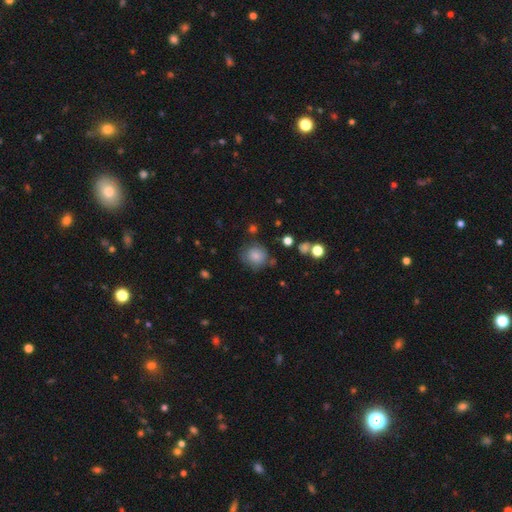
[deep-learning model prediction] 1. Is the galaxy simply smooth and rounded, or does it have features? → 81% smooth, 10% star or artifact, 9% featured or disk.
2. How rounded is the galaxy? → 86% round, 13% in between, 1% cigar-shaped.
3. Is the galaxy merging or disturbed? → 72% none, 18% minor disturbance, 6% major disturbance, 4% merger.